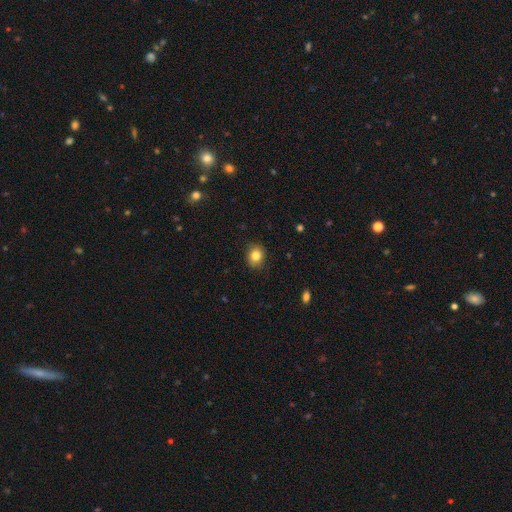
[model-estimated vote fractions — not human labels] Morphology: type=smooth (83%); roundness=round (68%); merging=none (86%).